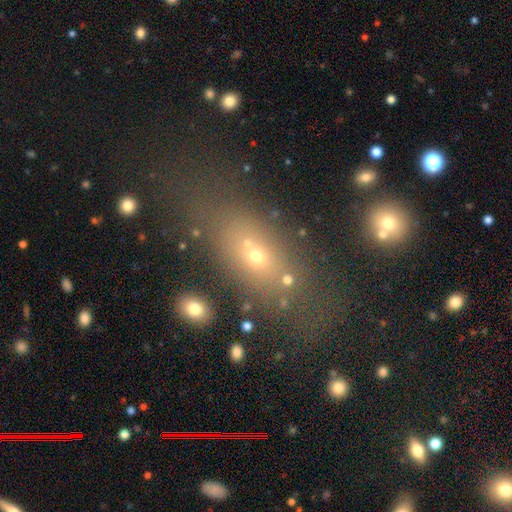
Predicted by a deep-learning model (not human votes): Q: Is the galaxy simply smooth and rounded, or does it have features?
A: smooth — 52%.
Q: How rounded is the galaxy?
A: in between — 61%.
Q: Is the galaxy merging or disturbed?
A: none — 66%.